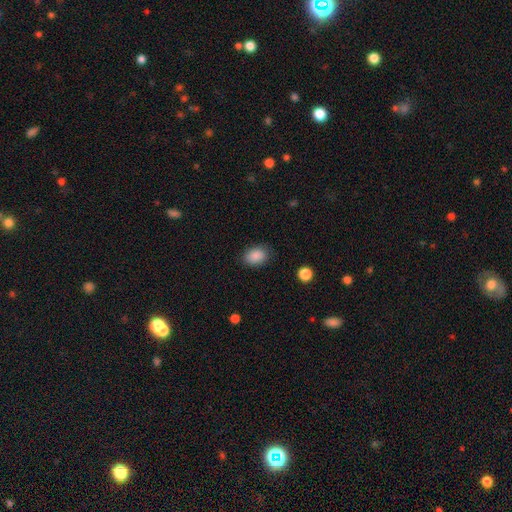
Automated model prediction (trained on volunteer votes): Overall: smooth (88%). How rounded: in between (75%). Merging: none (81%).